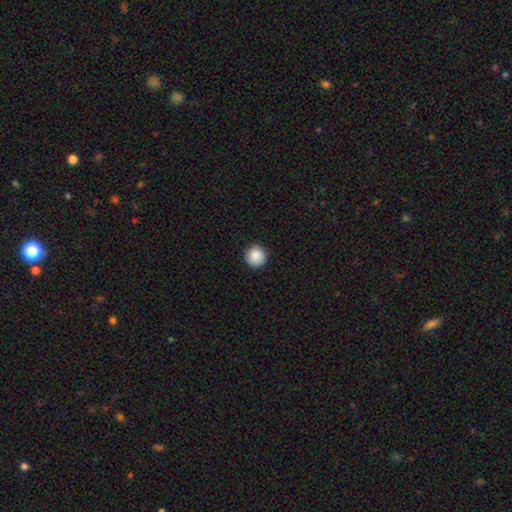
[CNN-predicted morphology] smooth_or_featured: smooth (p=0.88) [alt: star or artifact p=0.08]
how_rounded: round (p=0.95) [alt: in between p=0.04]
merging: none (p=0.92) [alt: minor disturbance p=0.06]